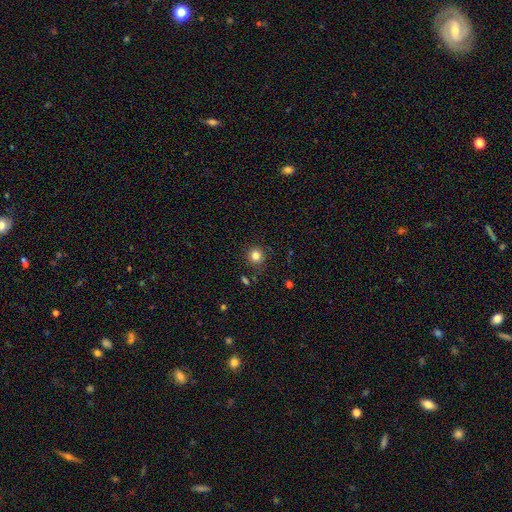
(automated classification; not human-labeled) Smooth or featured?
  - smooth: 81% *
  - star or artifact: 13%
  - featured or disk: 6%
How rounded?
  - round: 93% *
  - in between: 6%
  - cigar-shaped: 1%
Merging?
  - none: 87% *
  - minor disturbance: 8%
  - major disturbance: 3%
  - merger: 2%